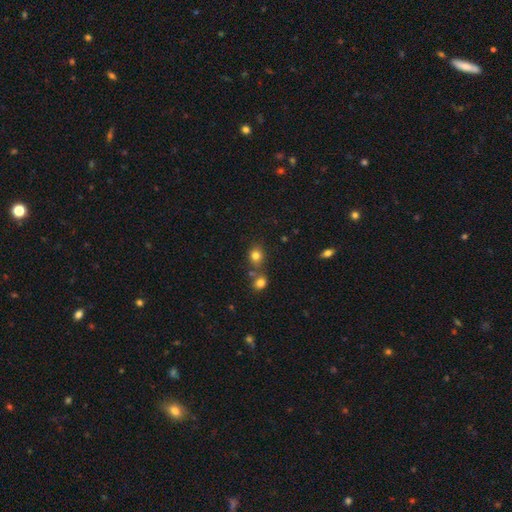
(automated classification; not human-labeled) Smooth or featured: smooth — 79% (star or artifact — 13%)
How rounded: round — 74% (in between — 25%)
Merging: none — 64% (merger — 21%)